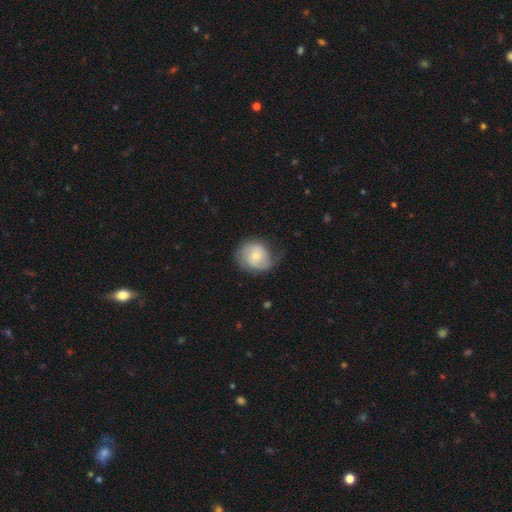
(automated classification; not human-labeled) smooth-or-featured: smooth: 56% | featured or disk: 37% | star or artifact: 7%
  how-rounded: round: 73% | in between: 26% | cigar-shaped: 1%
  merging: none: 53% | minor disturbance: 31% | major disturbance: 15% | merger: 1%